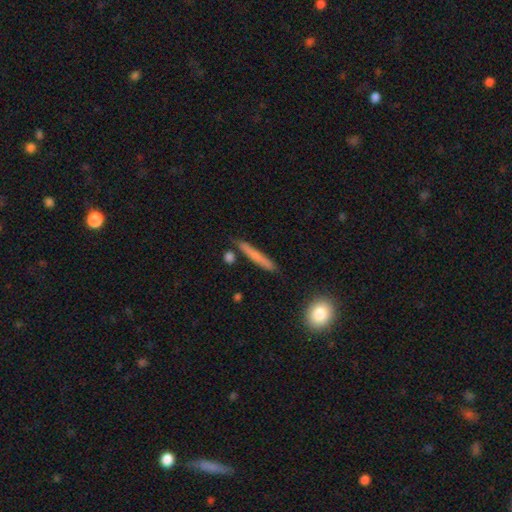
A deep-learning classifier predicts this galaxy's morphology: This appears to be a smooth galaxy with no disk features (68%) that is cigar-shaped (94%). Merging: none (83%).